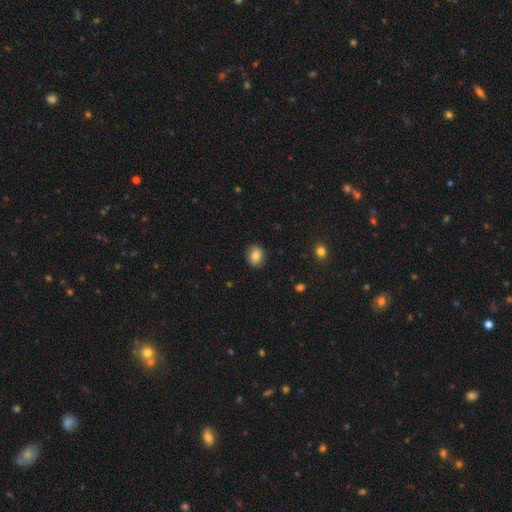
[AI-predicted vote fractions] This appears to be a smooth galaxy with no disk features (82%) that is round (65%). Merging: none (88%).